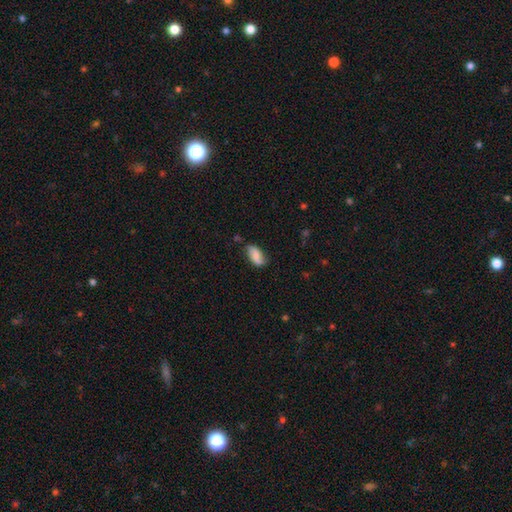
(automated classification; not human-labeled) This appears to be a smooth galaxy with no disk features (69%) that is in between round and cigar-shaped (91%). Merging: none (63%).